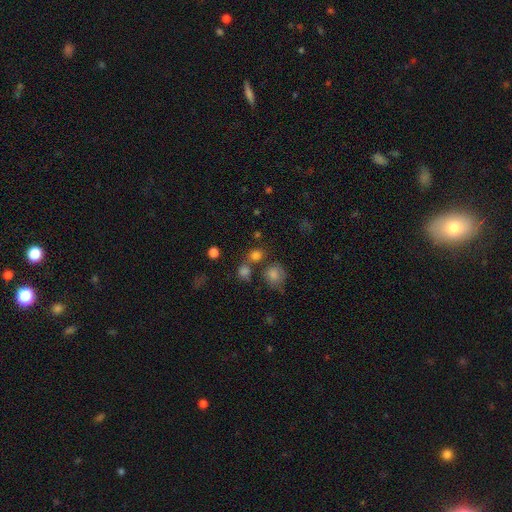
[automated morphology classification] A smooth galaxy with no disk features (78%) that is round (80%).

Vote fractions:
- Smooth or featured? smooth: 78% / star or artifact: 16% / featured or disk: 6%
- How rounded? round: 80% / in between: 19% / cigar-shaped: 1%
- Merging? none: 63% / merger: 23% / minor disturbance: 10% / major disturbance: 5%